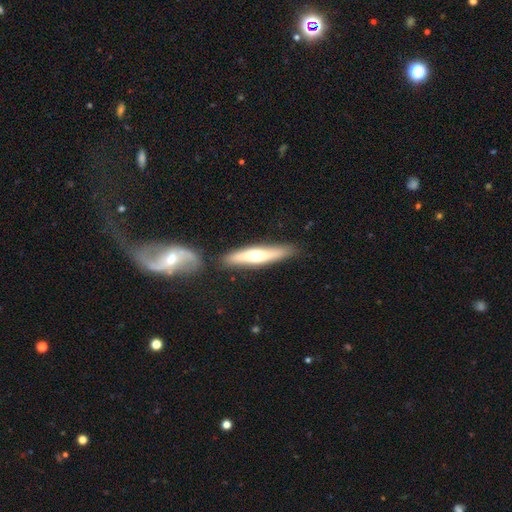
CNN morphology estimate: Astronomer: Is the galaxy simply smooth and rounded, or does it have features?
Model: featured or disk — 49% (runner-up: smooth, 46%).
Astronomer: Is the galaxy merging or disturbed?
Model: none — 81%.